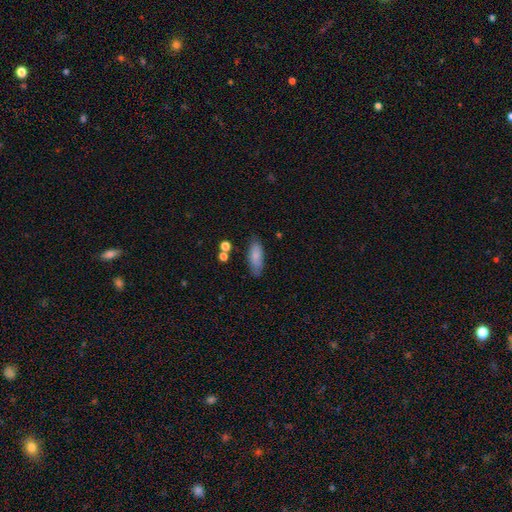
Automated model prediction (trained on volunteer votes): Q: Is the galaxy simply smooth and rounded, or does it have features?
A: smooth — 79%.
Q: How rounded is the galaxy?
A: in between — 78%.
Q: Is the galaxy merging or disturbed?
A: none — 70%.